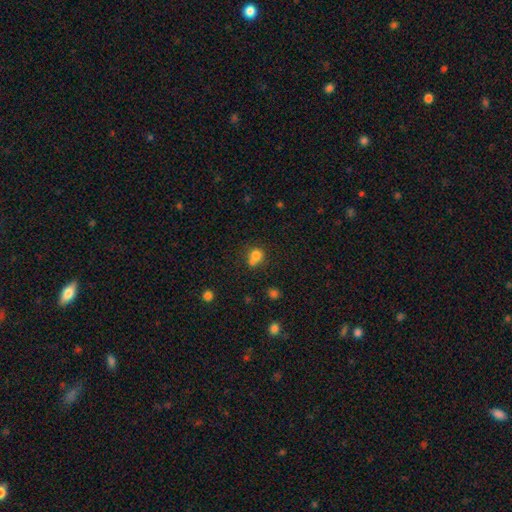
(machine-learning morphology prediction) Overall: smooth (76%). How rounded: round (76%). Merging: merger (45%; none 39%).